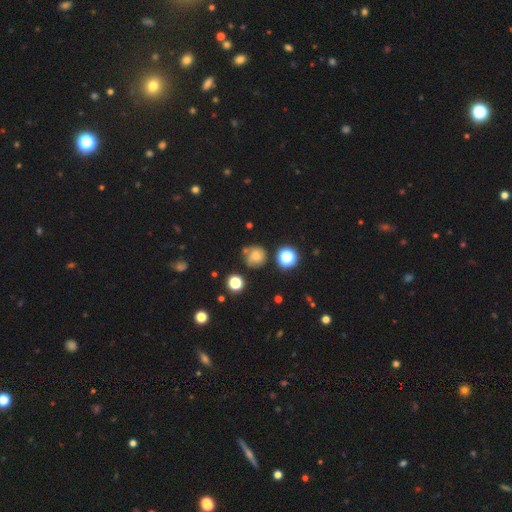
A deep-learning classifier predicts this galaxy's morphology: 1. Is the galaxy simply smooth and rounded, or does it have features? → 48% smooth, 29% star or artifact, 23% featured or disk.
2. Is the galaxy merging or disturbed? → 71% none, 15% minor disturbance, 8% merger, 7% major disturbance.